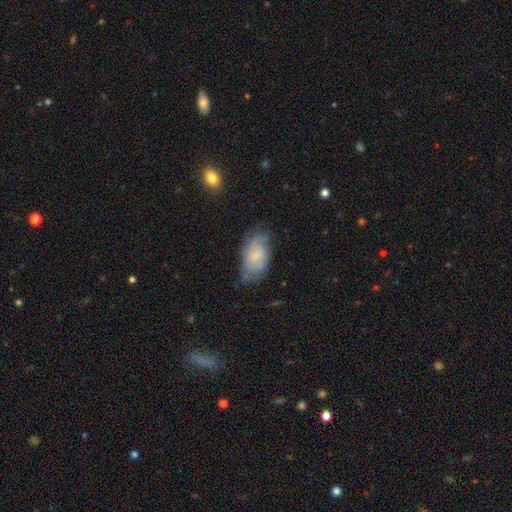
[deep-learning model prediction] Morphology: type=smooth (46%, tied with featured or disk); merging=none (54%).